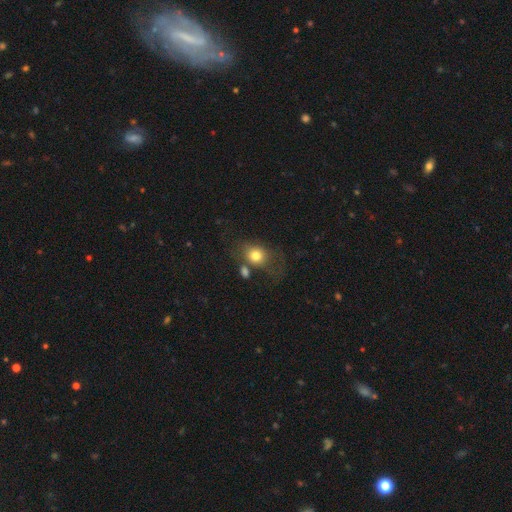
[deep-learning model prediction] Morphology: type=smooth (77%); roundness=round (57%); merging=none (46%).